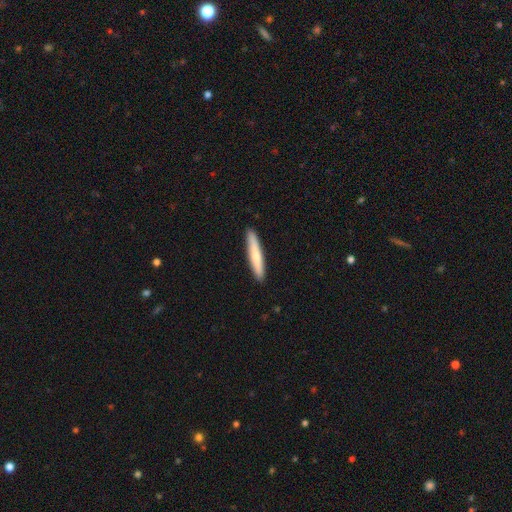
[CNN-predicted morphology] This is likely a smooth galaxy (74%). How rounded: clearly cigar-shaped (94%). Merging: clearly none (92%).